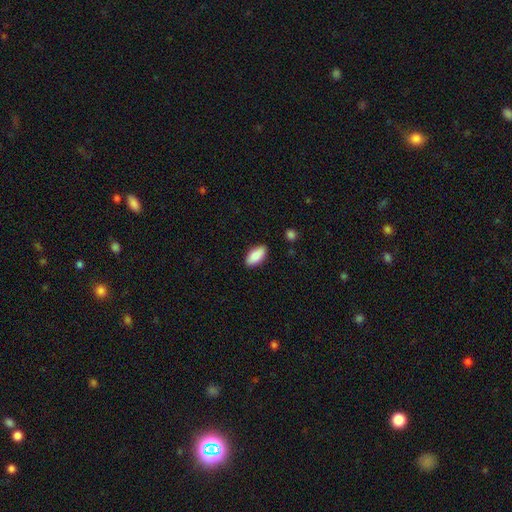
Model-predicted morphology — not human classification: The model was most divided on "merging": none: 86%, minor disturbance: 10%, major disturbance: 2%, merger: 2%. More confident: how rounded — in between (90%); smooth or featured — smooth (88%).